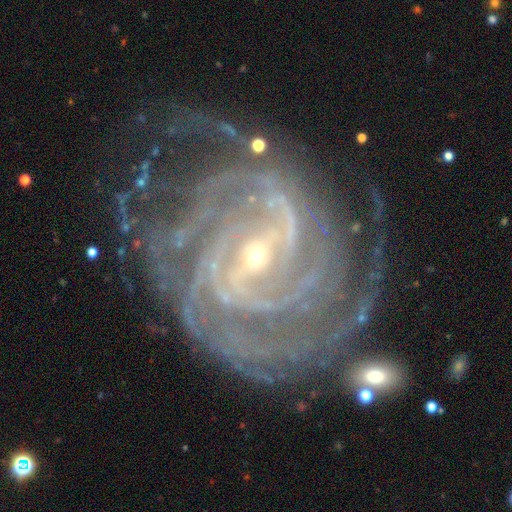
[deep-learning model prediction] A featured or disk galaxy (92%) with a strong bar (45%), 4 (25%) tight (73%) spiral arms (98%) and a small central bulge (80%). Merging: none (67%).